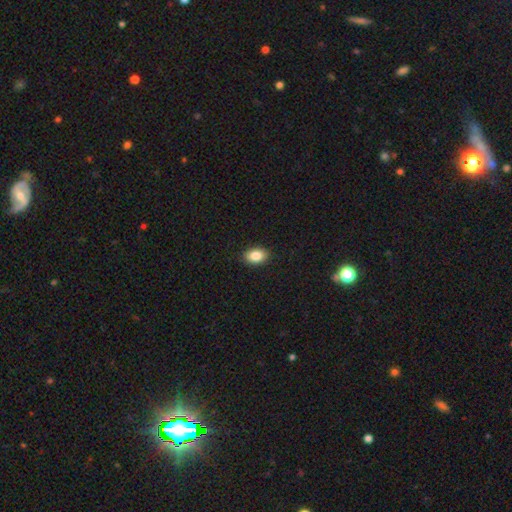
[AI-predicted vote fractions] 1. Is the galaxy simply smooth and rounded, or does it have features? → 86% smooth, 8% star or artifact, 5% featured or disk.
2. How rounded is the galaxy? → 86% in between, 12% round, 1% cigar-shaped.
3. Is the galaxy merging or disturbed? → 90% none, 7% minor disturbance, 2% major disturbance, 1% merger.